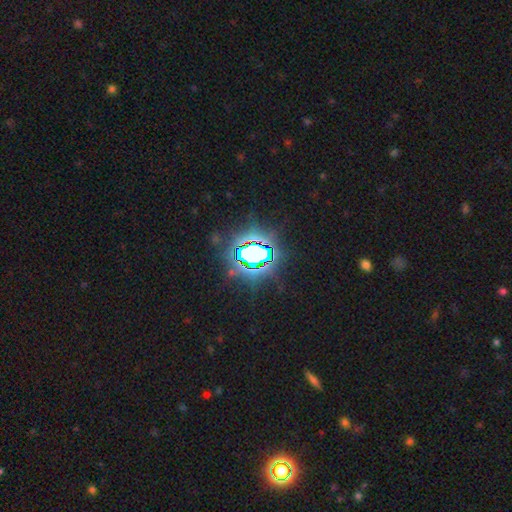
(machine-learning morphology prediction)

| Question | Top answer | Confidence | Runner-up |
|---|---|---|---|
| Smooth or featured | star or artifact | 75% | smooth (14%) |